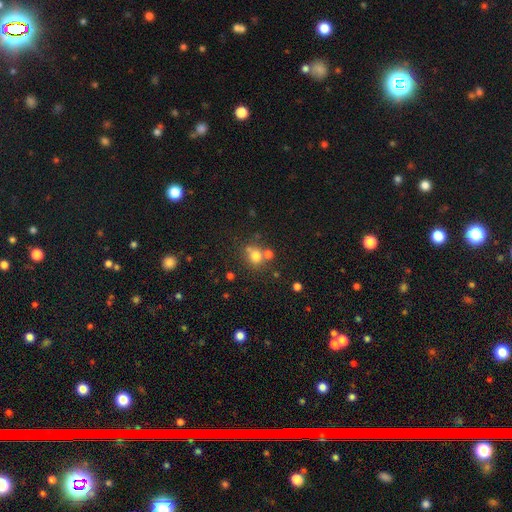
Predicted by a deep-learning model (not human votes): Smooth or featured? Predicted: smooth (p=0.72). How rounded? Predicted: round (p=0.76). Merging? Predicted: none (p=0.56).